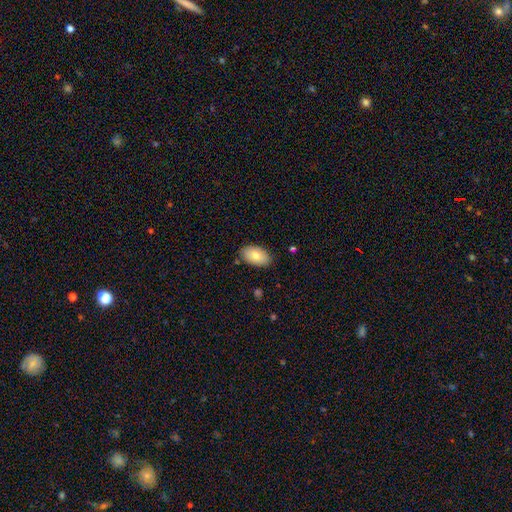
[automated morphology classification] This appears to be a smooth galaxy with no disk features (83%) that is in between round and cigar-shaped (94%). Merging: none (85%).